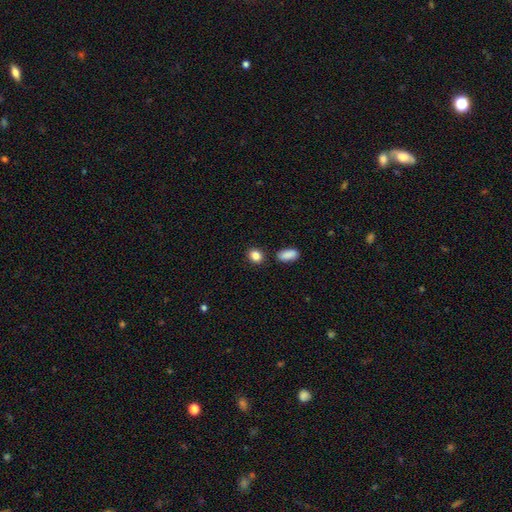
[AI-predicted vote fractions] A smooth galaxy with no disk features (86%) that is round (50%). Merging: none (84%).